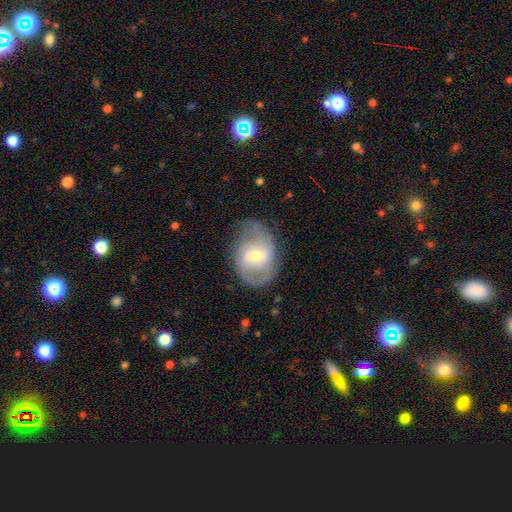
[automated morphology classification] Smooth or featured?
  - featured or disk: 74% *
  - smooth: 20%
  - star or artifact: 6%
Edge-on disk?
  - no: 96% *
  - yes: 4%
Bar?
  - weak: 53% *
  - no: 28%
  - strong: 20%
Spiral arms?
  - yes: 86% *
  - no: 14%
Spiral winding?
  - medium: 48% *
  - tight: 27%
  - loose: 26%
Spiral arm count?
  - 2: 78% *
  - can't tell: 13%
  - 1: 4%
  - 3: 3%
  - 4: 1%
  - more than 4: 1%
Bulge size?
  - moderate: 53% *
  - small: 41%
  - large: 4%
  - none: 1%
  - dominant: 1%
Merging?
  - none: 67% *
  - minor disturbance: 21%
  - major disturbance: 11%
  - merger: 1%